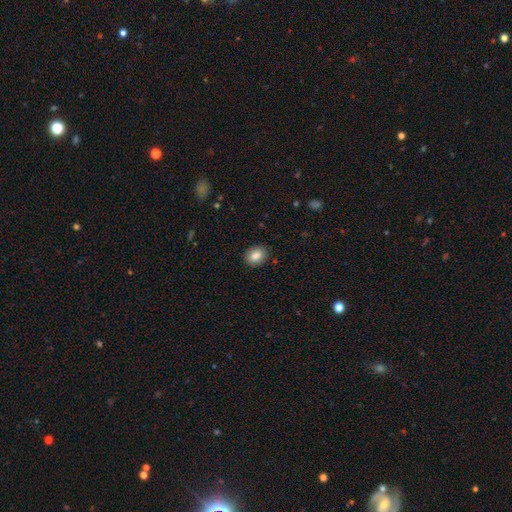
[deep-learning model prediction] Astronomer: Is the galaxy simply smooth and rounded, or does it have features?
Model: smooth — 86%.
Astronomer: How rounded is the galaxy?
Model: in between — 60% (runner-up: round, 39%).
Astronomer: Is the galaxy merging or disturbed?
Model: none — 89%.